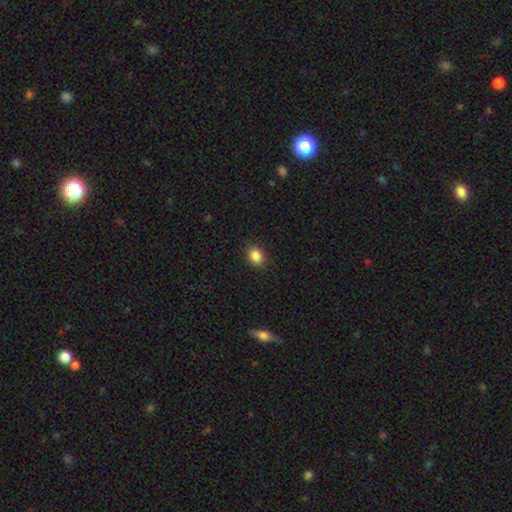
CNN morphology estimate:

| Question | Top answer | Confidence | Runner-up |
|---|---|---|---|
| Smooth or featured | smooth | 86% | star or artifact (10%) |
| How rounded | round | 52% | in between (47%) |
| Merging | none | 88% | minor disturbance (9%) |